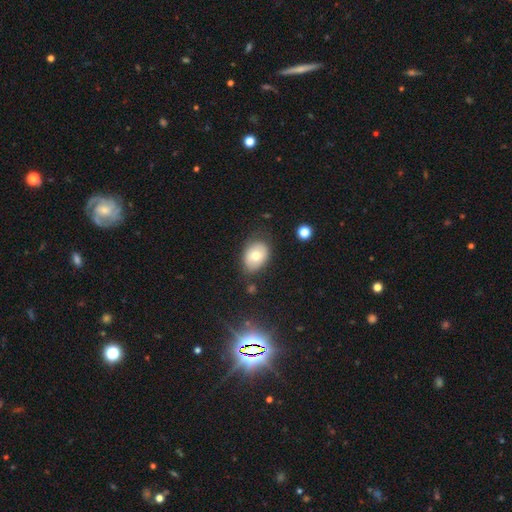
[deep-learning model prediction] This appears to be a smooth galaxy with no disk features (70%) that is in between round and cigar-shaped (73%). Merging: none (70%).